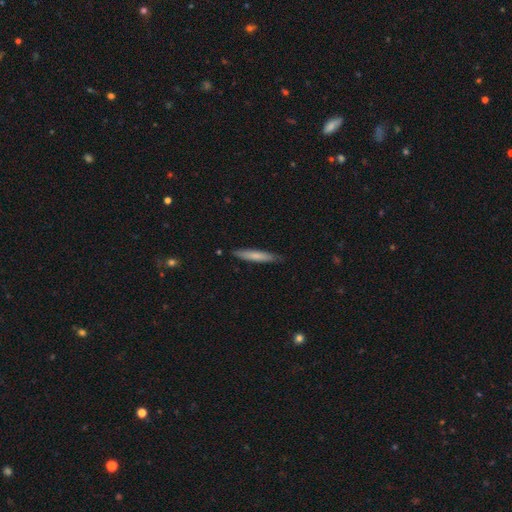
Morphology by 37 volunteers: This is likely a smooth galaxy (78%). How rounded: clearly cigar-shaped (97%). Merging: likely none (78%).